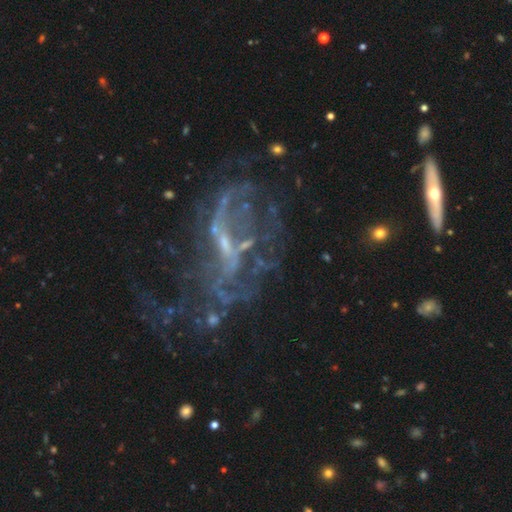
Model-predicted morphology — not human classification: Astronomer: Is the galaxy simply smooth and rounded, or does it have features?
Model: featured or disk — 76%.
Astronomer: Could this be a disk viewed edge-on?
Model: no — 92%.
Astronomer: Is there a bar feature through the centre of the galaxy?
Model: weak — 38% (runner-up: no, 37%).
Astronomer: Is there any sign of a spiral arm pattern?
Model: yes — 59% (runner-up: no, 41%).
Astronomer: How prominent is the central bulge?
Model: small — 56%.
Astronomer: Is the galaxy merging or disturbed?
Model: major disturbance — 38%, tied with none at 38%.